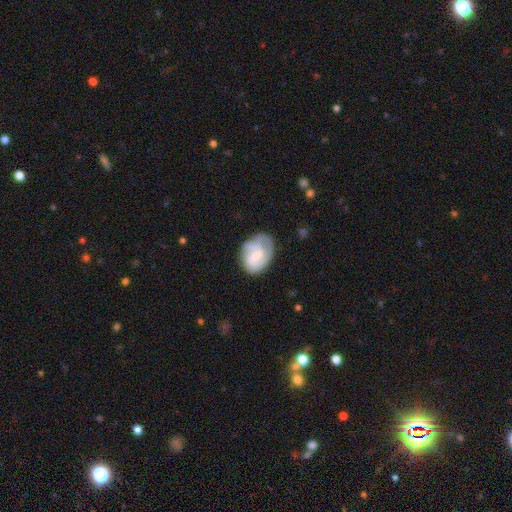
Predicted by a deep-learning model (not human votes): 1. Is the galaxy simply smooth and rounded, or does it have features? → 68% featured or disk, 26% smooth, 6% star or artifact.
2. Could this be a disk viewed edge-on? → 98% no, 2% yes.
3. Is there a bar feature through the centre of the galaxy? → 49% weak, 40% no, 11% strong.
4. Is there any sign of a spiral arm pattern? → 89% yes, 11% no.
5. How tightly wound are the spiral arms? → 45% medium, 36% tight, 19% loose.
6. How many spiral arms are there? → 50% 2, 21% can't tell, 17% 3, 6% 1, 3% 4, 2% more than 4.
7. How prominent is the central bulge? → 57% small, 29% moderate, 12% none, 2% large, 1% dominant.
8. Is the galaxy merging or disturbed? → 60% none, 25% minor disturbance, 12% major disturbance, 2% merger.